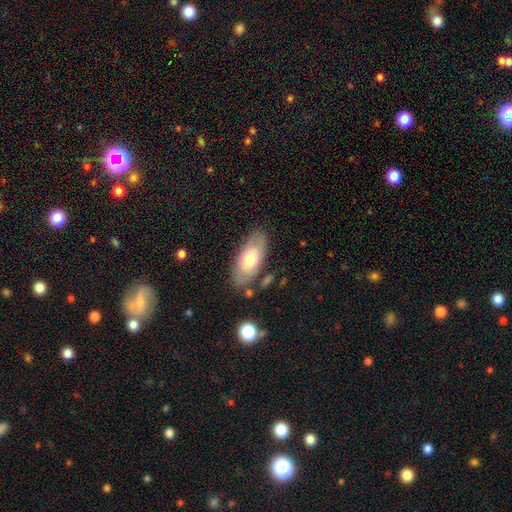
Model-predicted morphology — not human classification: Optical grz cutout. It shows a smooth galaxy with no disk features (59%) that is in between round and cigar-shaped (89%). Merging: none (82%).